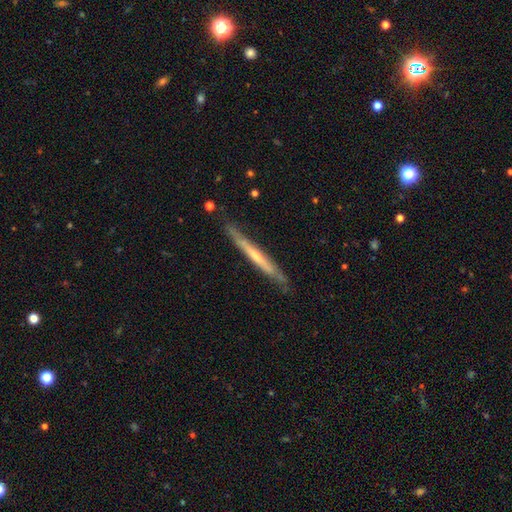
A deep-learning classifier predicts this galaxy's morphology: Smooth or featured: featured or disk — 61% (smooth — 34%)
Edge-on disk: yes — 93% (no — 7%)
Edge-on bulge: none — 63% (rounded — 31%)
Merging: none — 80% (minor disturbance — 16%)